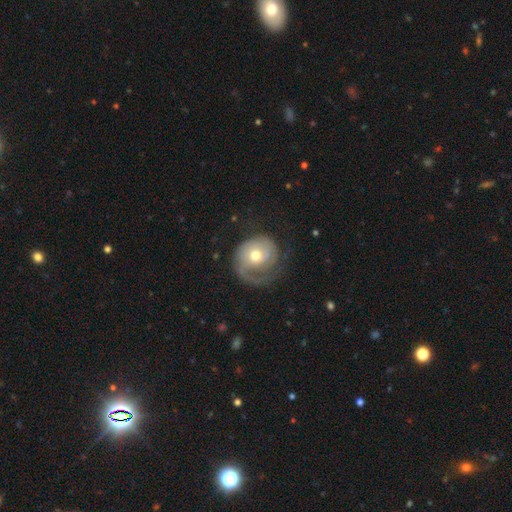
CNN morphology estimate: A featured or disk galaxy (59%) with no bar (79%), spiral arms (77%) and a moderate central bulge (69%). Merging: none (42%).